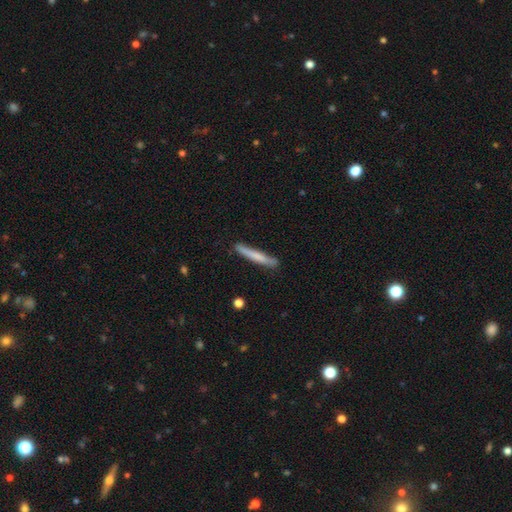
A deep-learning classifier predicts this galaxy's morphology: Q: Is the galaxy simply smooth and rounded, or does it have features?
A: smooth — 66%.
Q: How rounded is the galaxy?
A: cigar-shaped — 96%.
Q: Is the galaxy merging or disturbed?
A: none — 83%.